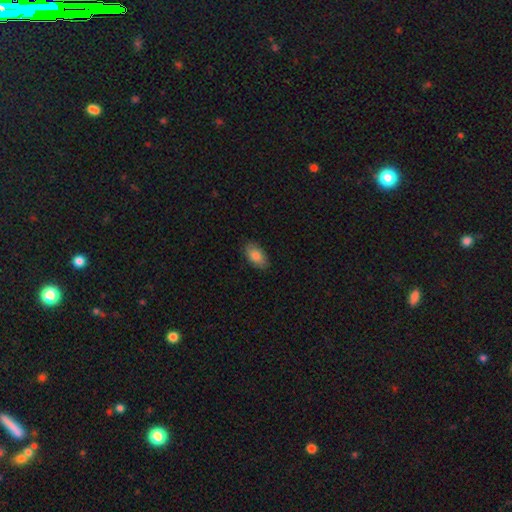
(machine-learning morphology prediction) Smooth or featured?
  - smooth: 81% *
  - featured or disk: 13%
  - star or artifact: 7%
How rounded?
  - in between: 93% *
  - round: 5%
  - cigar-shaped: 2%
Merging?
  - none: 85% *
  - minor disturbance: 12%
  - major disturbance: 2%
  - merger: 1%